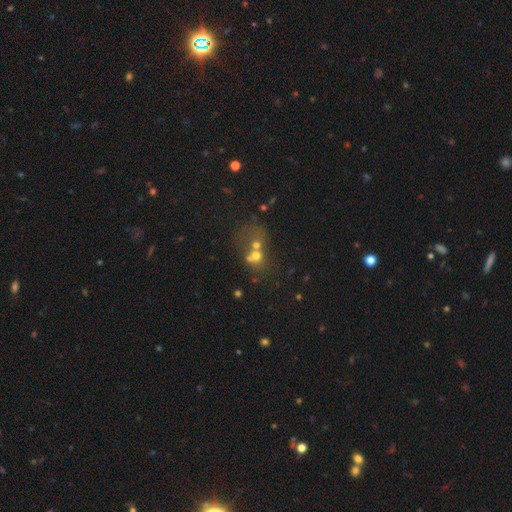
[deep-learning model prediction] Q: Smooth or featured?
A: smooth (52%); runner-up: featured or disk (28%)
Q: How rounded?
A: round (68%); runner-up: in between (31%)
Q: Merging?
A: merger (61%); runner-up: none (24%)